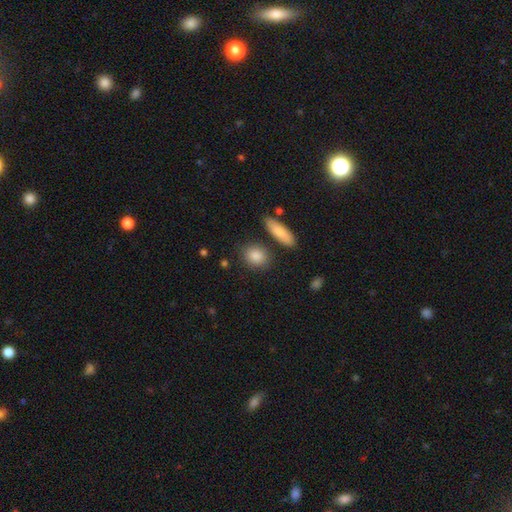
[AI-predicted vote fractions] Overall: smooth (87%). How rounded: round (50%; in between 44%). Merging: none (82%).